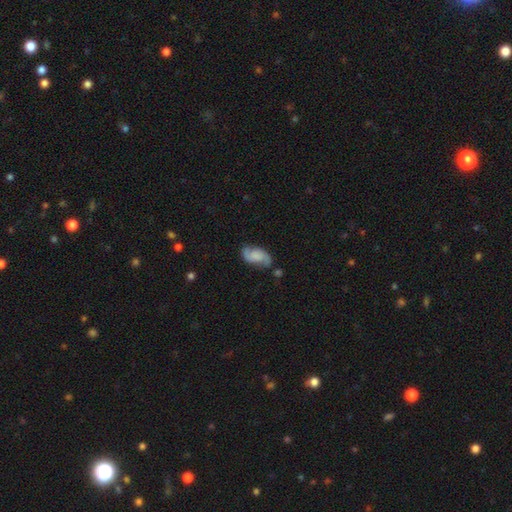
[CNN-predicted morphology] smooth-or-featured: featured or disk: 73% | smooth: 20% | star or artifact: 7%
  disk-edge-on: no: 97% | yes: 3%
    bar: no: 61% | weak: 32% | strong: 7%
    has-spiral-arms: yes: 95% | no: 5%
      spiral-winding: loose: 43% | medium: 41% | tight: 17%
      spiral-arm-count: 2: 91% | can't tell: 4% | 1: 2% | 3: 1% | 4: 1% | more than 4: 1%
    bulge-size: none: 47% | small: 24% | moderate: 17% | large: 9% | dominant: 3%
  merging: none: 69% | minor disturbance: 19% | major disturbance: 7% | merger: 5%